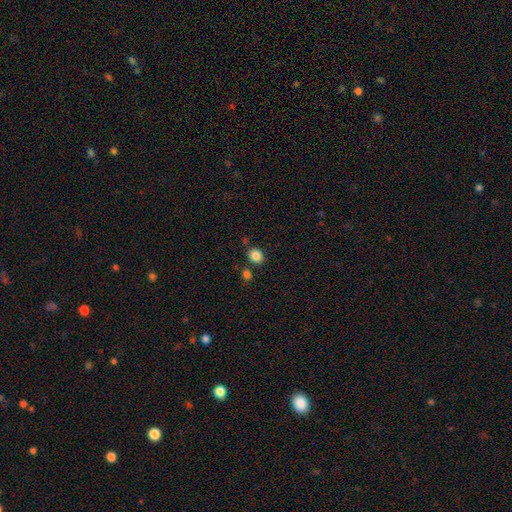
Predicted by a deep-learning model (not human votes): The model was most divided on "how rounded": round: 71%, in between: 28%, cigar-shaped: 1%. More confident: smooth or featured — smooth (85%); merging — none (80%).